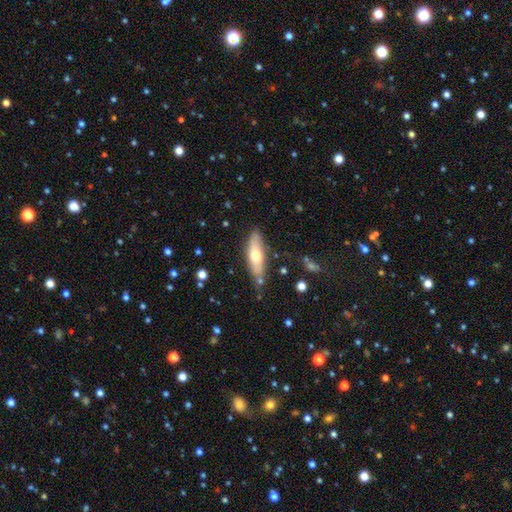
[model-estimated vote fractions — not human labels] The model was most divided on "how rounded": in between: 50%, cigar-shaped: 48%, round: 2%. More confident: merging — none (77%); smooth or featured — smooth (60%).